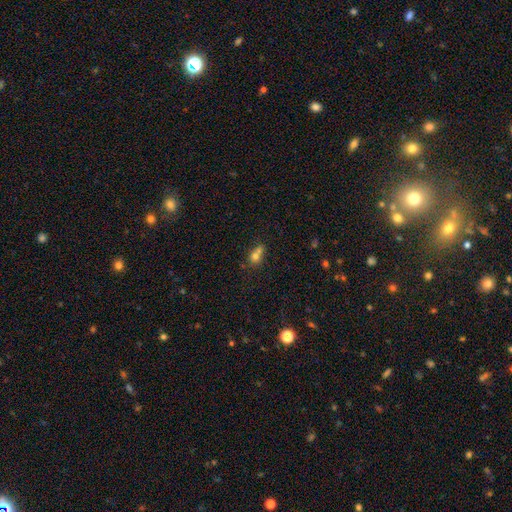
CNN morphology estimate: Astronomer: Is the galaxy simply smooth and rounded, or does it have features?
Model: smooth — 70%.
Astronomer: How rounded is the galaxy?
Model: round — 72%.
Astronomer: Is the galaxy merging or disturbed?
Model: merger — 59%.